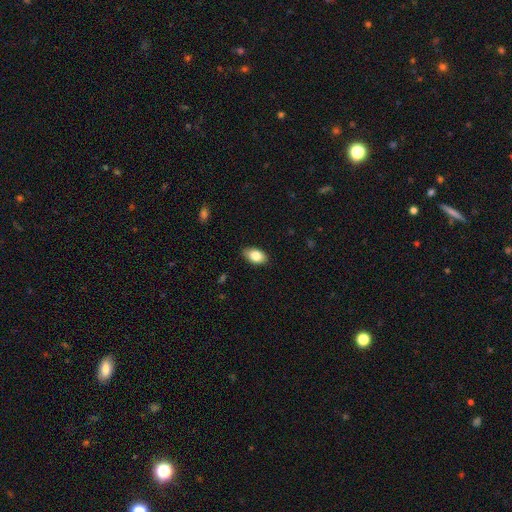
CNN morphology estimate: Q: Smooth or featured?
A: smooth (84%); runner-up: featured or disk (9%)
Q: How rounded?
A: in between (92%); runner-up: round (7%)
Q: Merging?
A: none (87%); runner-up: minor disturbance (10%)